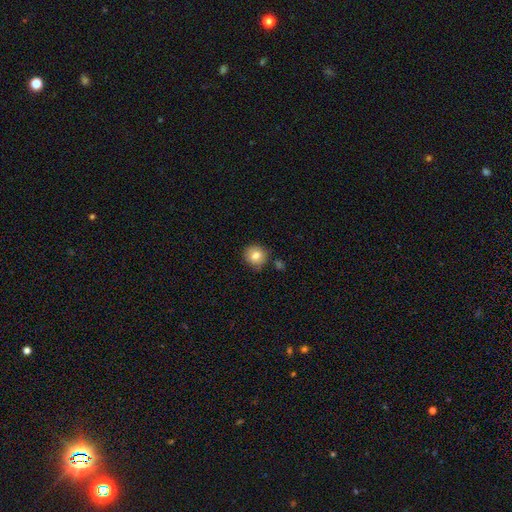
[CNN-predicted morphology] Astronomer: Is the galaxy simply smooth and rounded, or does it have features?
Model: smooth — 80%.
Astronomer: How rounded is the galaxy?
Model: round — 87%.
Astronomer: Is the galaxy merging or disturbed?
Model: none — 81%.